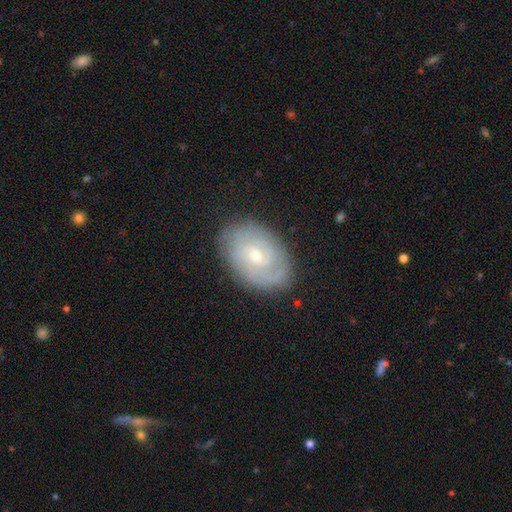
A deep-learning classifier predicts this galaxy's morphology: This is likely a featured or disk galaxy (75%). It is clearly not viewed edge-on (96%). Bar: possibly no (56%). Spiral arm pattern: clearly yes (91%). Spiral arm count: marginally 2 (37%). Spiral winding: likely tight (62%). Central bulge: possibly small (60%). Merging: clearly none (81%).